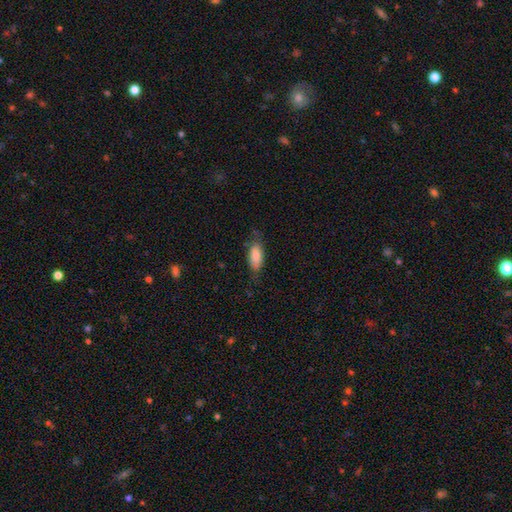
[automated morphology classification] Smooth or featured? Predicted: smooth (p=0.83). How rounded? Predicted: in between (p=0.83). Merging? Predicted: none (p=0.69).